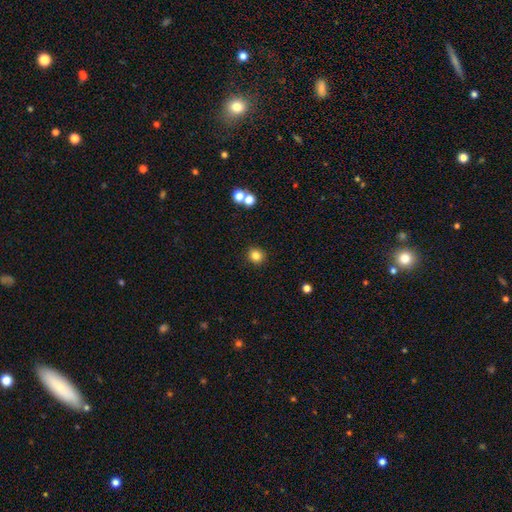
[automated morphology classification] Q: Smooth or featured?
A: smooth (82%); runner-up: star or artifact (12%)
Q: How rounded?
A: round (88%); runner-up: in between (11%)
Q: Merging?
A: none (90%); runner-up: minor disturbance (5%)